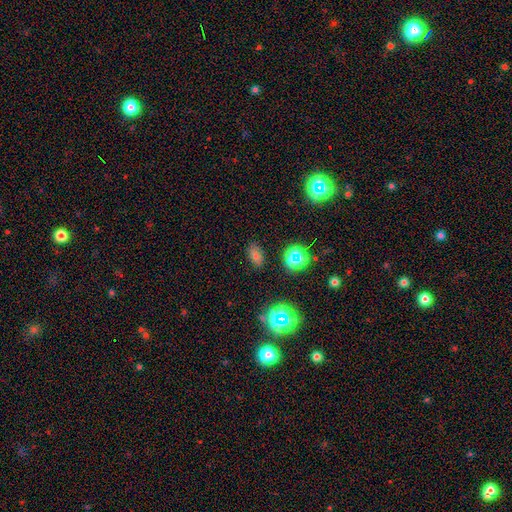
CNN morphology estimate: This appears to be a smooth galaxy with no disk features (62%) that is in between round and cigar-shaped (84%). Merging: none (82%).